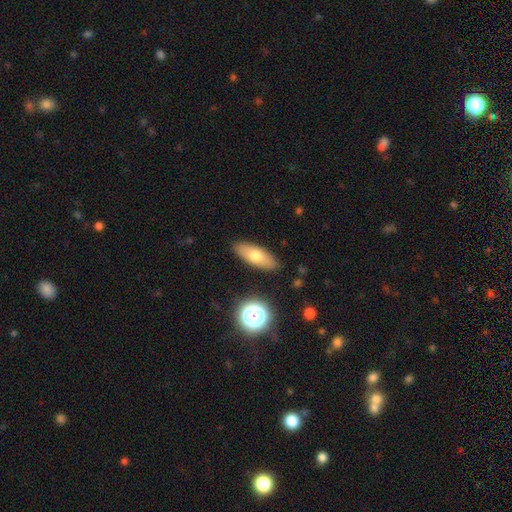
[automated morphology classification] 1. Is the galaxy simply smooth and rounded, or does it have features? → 68% smooth, 25% featured or disk, 8% star or artifact.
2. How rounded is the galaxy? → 71% in between, 25% cigar-shaped, 4% round.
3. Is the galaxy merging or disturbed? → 86% none, 9% minor disturbance, 2% major disturbance, 2% merger.